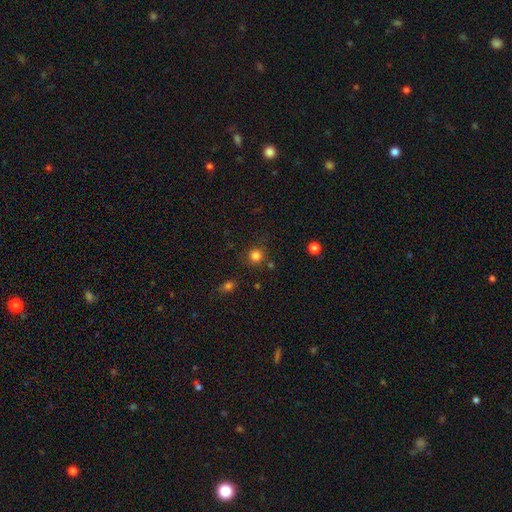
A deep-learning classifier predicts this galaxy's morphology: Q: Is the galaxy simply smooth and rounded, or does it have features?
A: smooth — 82%.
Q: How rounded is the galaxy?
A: round — 91%.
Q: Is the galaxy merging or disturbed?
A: none — 80%.